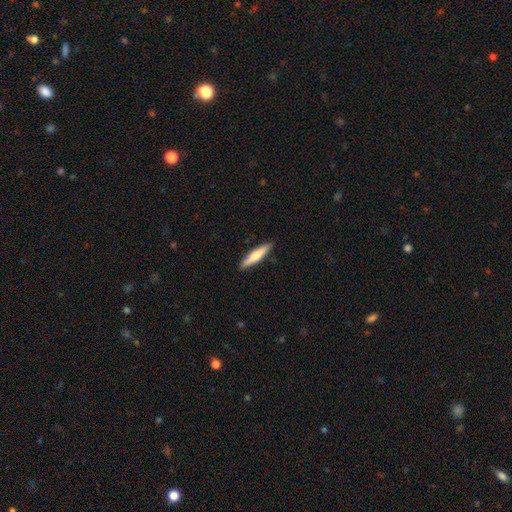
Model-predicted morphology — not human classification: Smooth or featured? Predicted: smooth (p=0.67). How rounded? Predicted: cigar-shaped (p=0.84). Merging? Predicted: none (p=0.89).